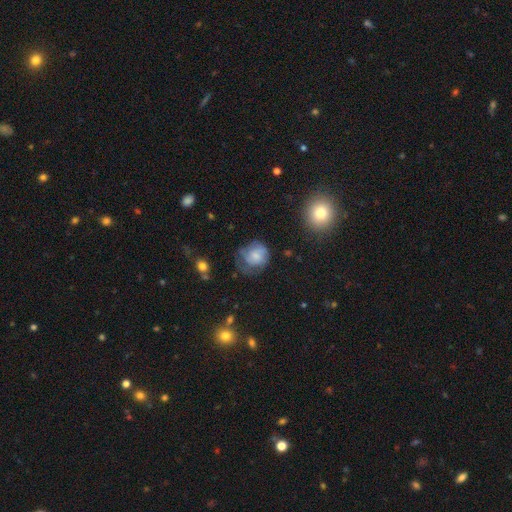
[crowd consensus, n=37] smooth_or_featured: smooth (p=0.54) [alt: featured or disk p=0.41]
how_rounded: round (p=0.60) [alt: in between p=0.40]
merging: major disturbance (p=0.57) [alt: minor disturbance p=0.26]